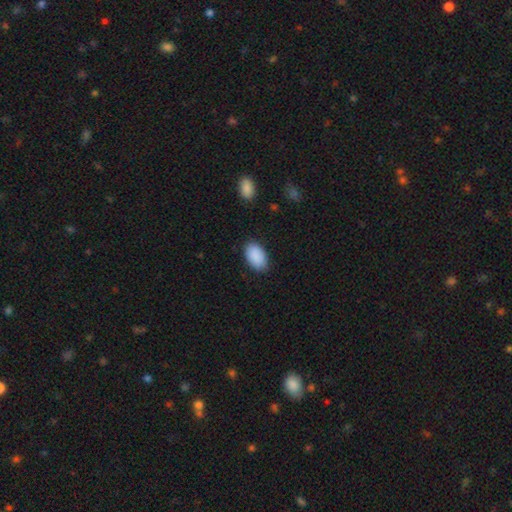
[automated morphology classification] Smooth or featured?
  - smooth: 90% *
  - star or artifact: 6%
  - featured or disk: 4%
How rounded?
  - in between: 93% *
  - round: 5%
  - cigar-shaped: 1%
Merging?
  - none: 84% *
  - minor disturbance: 12%
  - major disturbance: 3%
  - merger: 1%